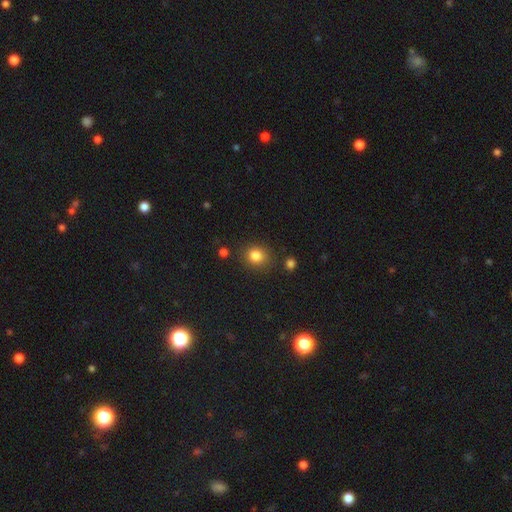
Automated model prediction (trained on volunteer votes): A smooth galaxy with no disk features (83%) that is round (76%).

Vote fractions:
- Smooth or featured? smooth: 83% / star or artifact: 11% / featured or disk: 5%
- How rounded? round: 76% / in between: 23% / cigar-shaped: 1%
- Merging? none: 83% / minor disturbance: 11% / merger: 3% / major disturbance: 3%